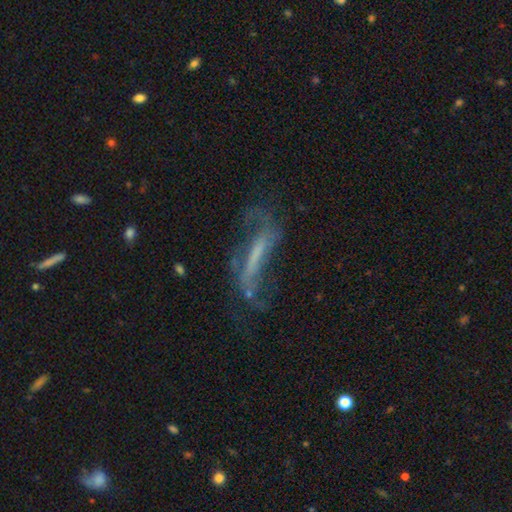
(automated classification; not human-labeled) A featured or disk galaxy (63%). Merging: none (38%).